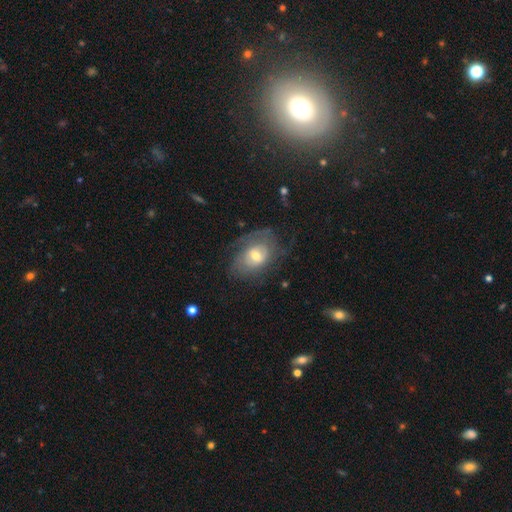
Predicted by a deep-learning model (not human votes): Smooth or featured?
  - featured or disk: 61% *
  - smooth: 31%
  - star or artifact: 8%
Edge-on disk?
  - no: 95% *
  - yes: 5%
Bar?
  - no: 56% *
  - weak: 37%
  - strong: 7%
Spiral arms?
  - yes: 69% *
  - no: 31%
Bulge size?
  - moderate: 66% *
  - small: 23%
  - large: 9%
  - none: 1%
  - dominant: 1%
Merging?
  - none: 54% *
  - minor disturbance: 25%
  - major disturbance: 20%
  - merger: 2%